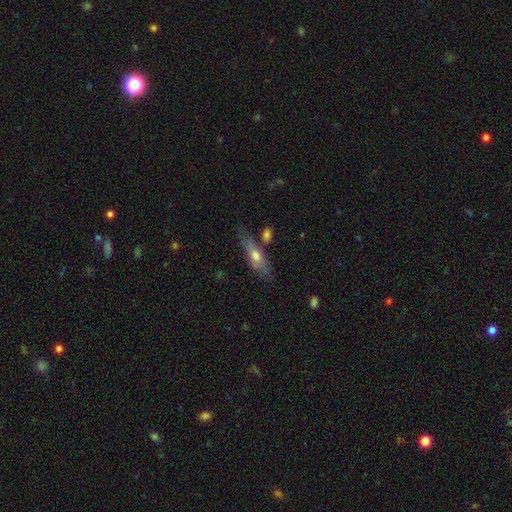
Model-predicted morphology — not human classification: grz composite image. It shows a smooth galaxy with no disk features (53%) that is cigar-shaped (54%). Merging: none (64%).